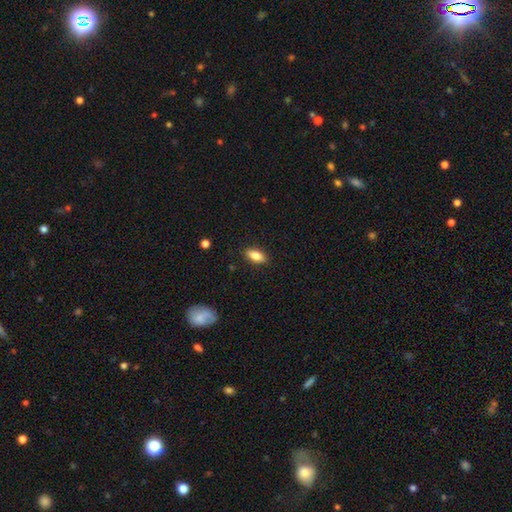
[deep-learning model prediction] Smooth or featured?
  - smooth: 81% *
  - featured or disk: 11%
  - star or artifact: 7%
How rounded?
  - in between: 86% *
  - cigar-shaped: 10%
  - round: 4%
Merging?
  - none: 88% *
  - minor disturbance: 9%
  - major disturbance: 2%
  - merger: 1%